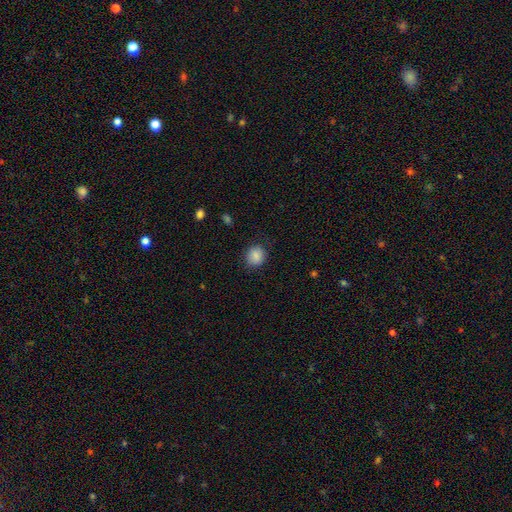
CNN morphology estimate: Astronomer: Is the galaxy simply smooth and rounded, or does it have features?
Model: smooth — 86%.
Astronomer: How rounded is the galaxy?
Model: round — 79%.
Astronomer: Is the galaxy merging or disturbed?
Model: none — 83%.